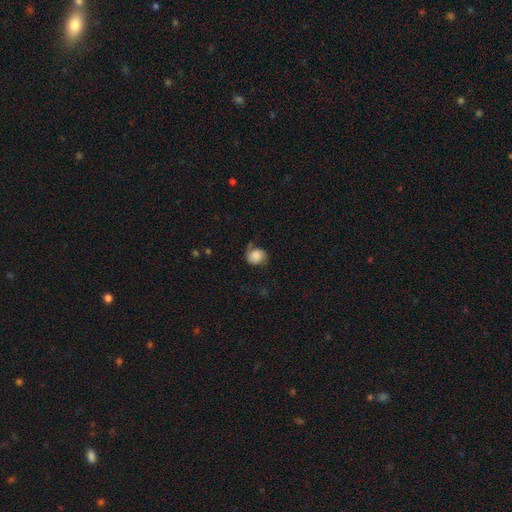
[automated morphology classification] A smooth galaxy with no disk features (68%) that is round (66%).

Vote fractions:
- Smooth or featured? smooth: 68% / featured or disk: 23% / star or artifact: 9%
- How rounded? round: 66% / in between: 33% / cigar-shaped: 1%
- Merging? none: 57% / minor disturbance: 27% / major disturbance: 13% / merger: 3%